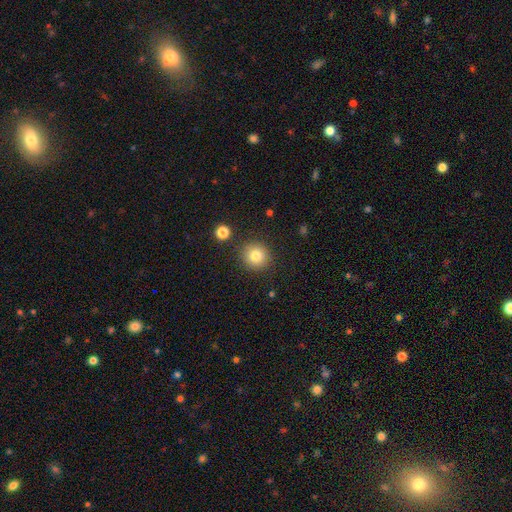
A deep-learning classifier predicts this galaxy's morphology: smooth 81%, star or artifact 11%, featured or disk 8%. Down the decision tree: how rounded — round (93%); merging — none (88%).